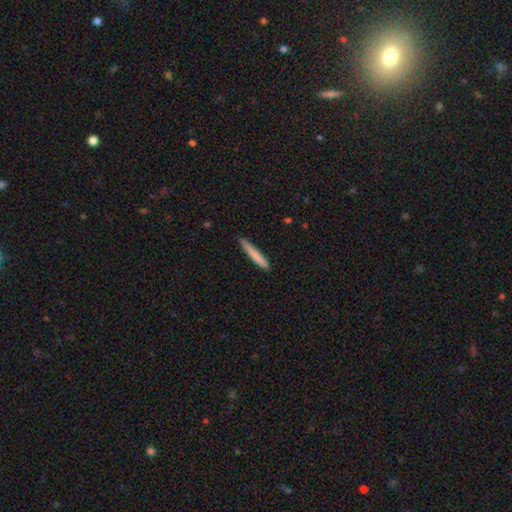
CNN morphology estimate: A smooth galaxy with no disk features (78%) that is cigar-shaped (96%).

Vote fractions:
- Smooth or featured? smooth: 78% / featured or disk: 16% / star or artifact: 6%
- How rounded? cigar-shaped: 96% / in between: 3% / round: 1%
- Merging? none: 87% / minor disturbance: 10% / major disturbance: 2% / merger: 1%